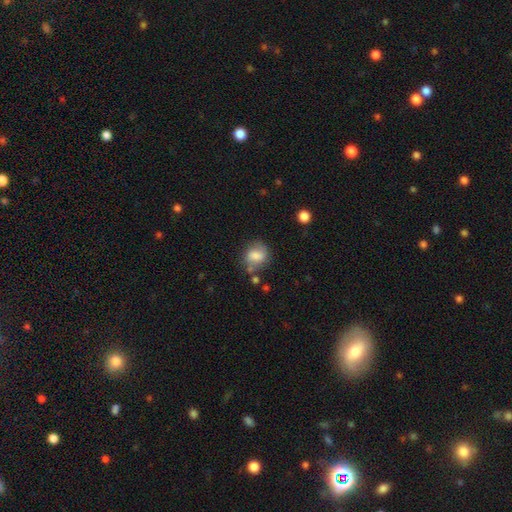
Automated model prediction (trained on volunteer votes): Smooth or featured: smooth — 73% (featured or disk — 18%)
How rounded: round — 59% (in between — 39%)
Merging: none — 62% (minor disturbance — 22%)